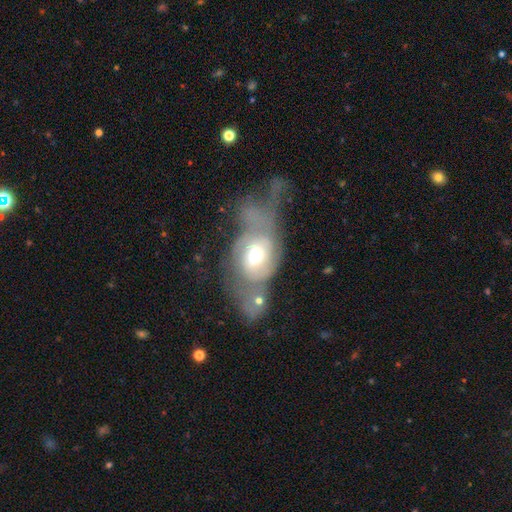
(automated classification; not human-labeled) Smooth or featured? featured or disk (59%)
Edge-on disk? no (94%)
Bar? no (64%)
Spiral arms? yes (58%)
Bulge size? moderate (65%)
Merging? major disturbance (42%)